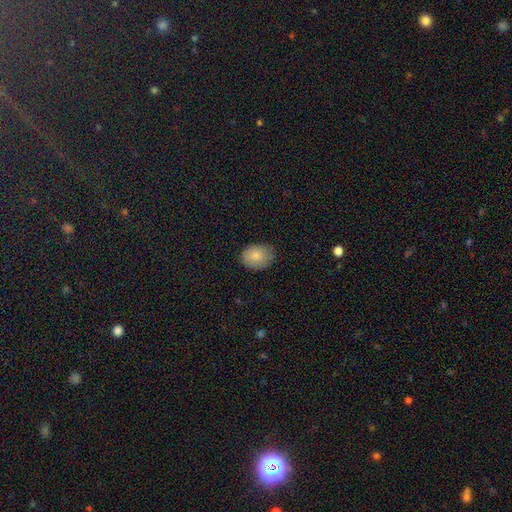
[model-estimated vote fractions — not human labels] Overall: smooth (82%). How rounded: in between (62%; round 37%). Merging: none (78%).